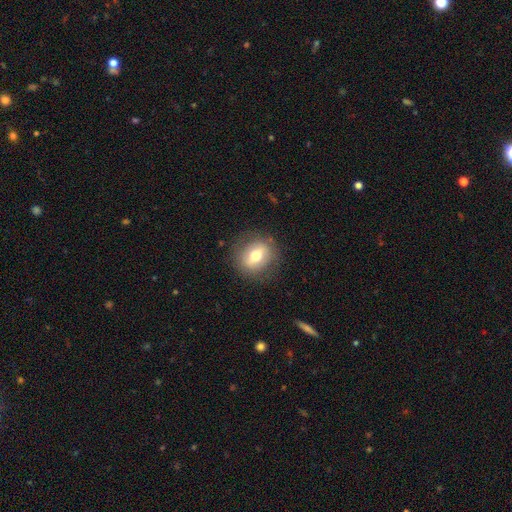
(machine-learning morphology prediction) This appears to be a smooth galaxy with no disk features (59%) that is round (61%). Merging: none (83%).